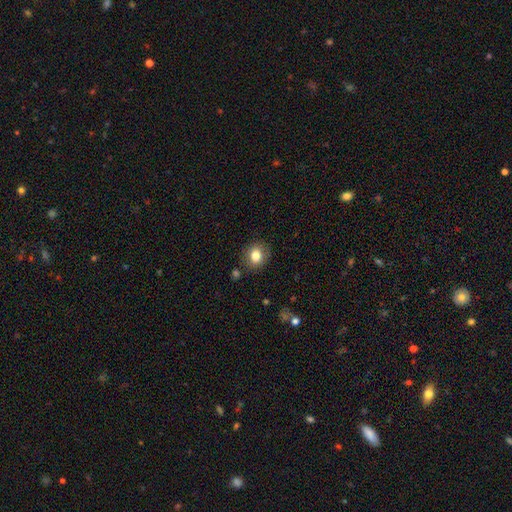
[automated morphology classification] A smooth galaxy with no disk features (80%) that is round (68%). Merging: none (85%).